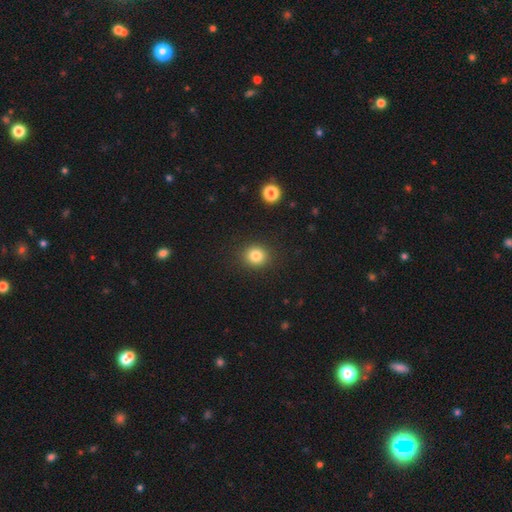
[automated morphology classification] Smooth or featured? smooth (83%)
How rounded? round (82%)
Merging? none (90%)